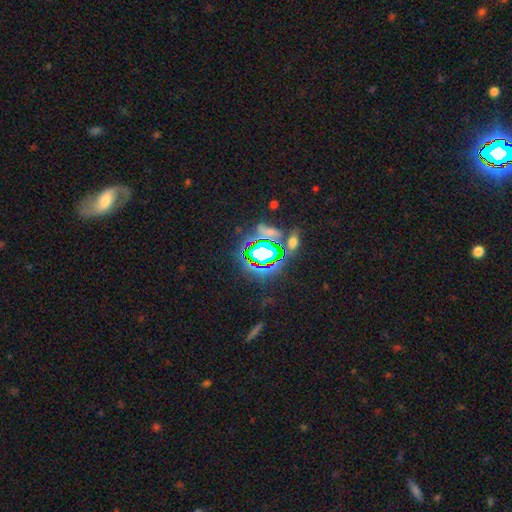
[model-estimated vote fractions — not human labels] This is likely a star or artifact rather than a galaxy (73%).